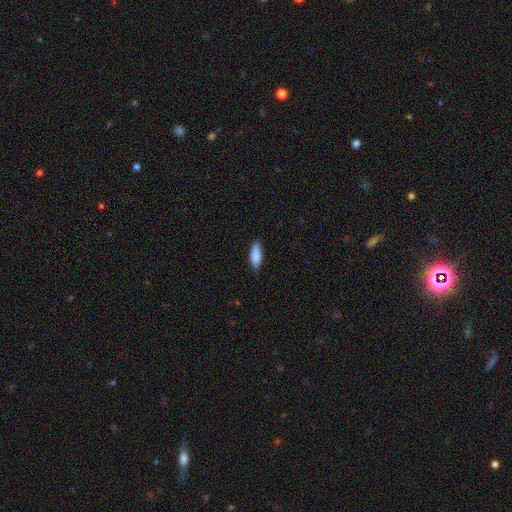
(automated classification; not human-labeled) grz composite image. It shows a smooth galaxy with no disk features (87%) that is in between round and cigar-shaped (61%). Merging: none (83%).